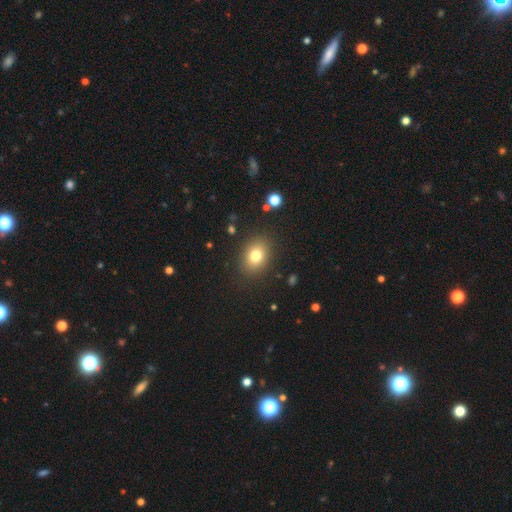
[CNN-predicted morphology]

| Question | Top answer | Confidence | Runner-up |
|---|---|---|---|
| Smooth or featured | smooth | 78% | star or artifact (11%) |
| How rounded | in between | 65% | round (34%) |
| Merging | none | 86% | minor disturbance (9%) |